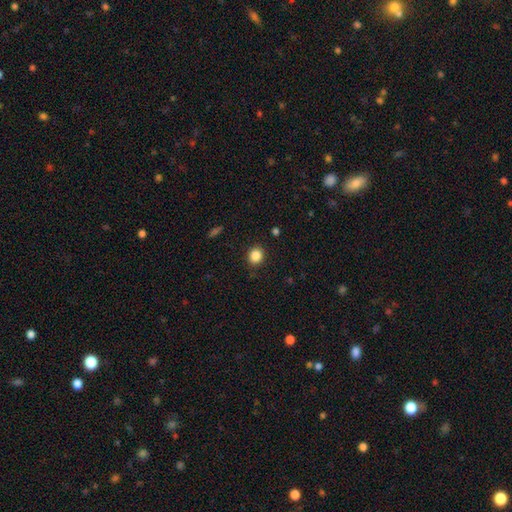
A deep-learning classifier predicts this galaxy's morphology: smooth 86%, star or artifact 10%, featured or disk 4%. Down the decision tree: how rounded — round (77%); merging — none (88%).